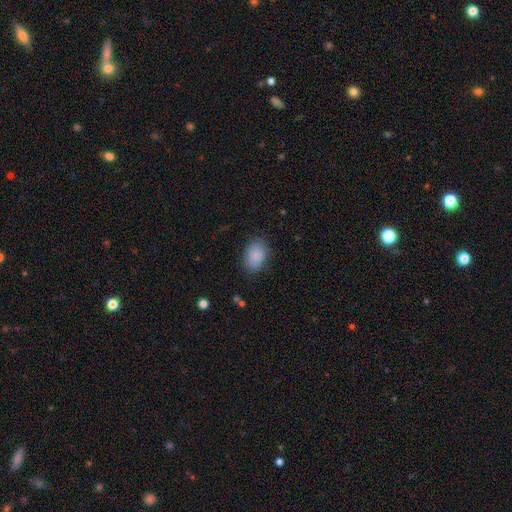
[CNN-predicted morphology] This appears to be a smooth galaxy with no disk features (88%) that is in between round and cigar-shaped (78%). Merging: none (80%).